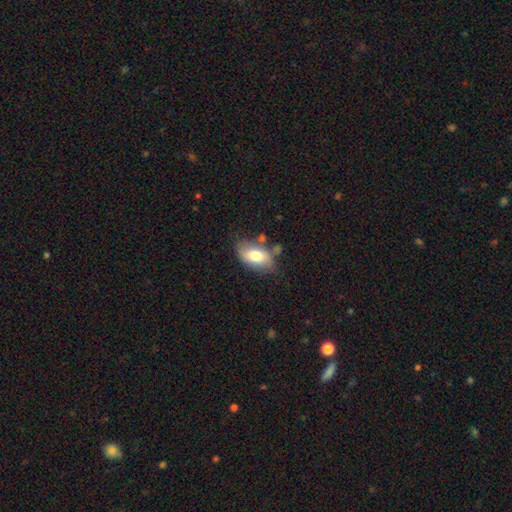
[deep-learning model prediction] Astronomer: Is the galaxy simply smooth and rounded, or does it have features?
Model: smooth — 72%.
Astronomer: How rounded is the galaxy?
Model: in between — 91%.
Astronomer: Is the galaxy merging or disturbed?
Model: none — 58%.